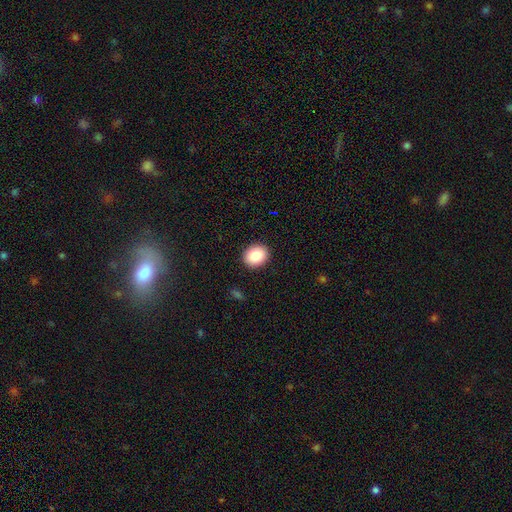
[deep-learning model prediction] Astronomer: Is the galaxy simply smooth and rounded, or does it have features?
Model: smooth — 86%.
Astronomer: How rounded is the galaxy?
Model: round — 54% (runner-up: in between, 45%).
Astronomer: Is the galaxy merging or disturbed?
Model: none — 91%.